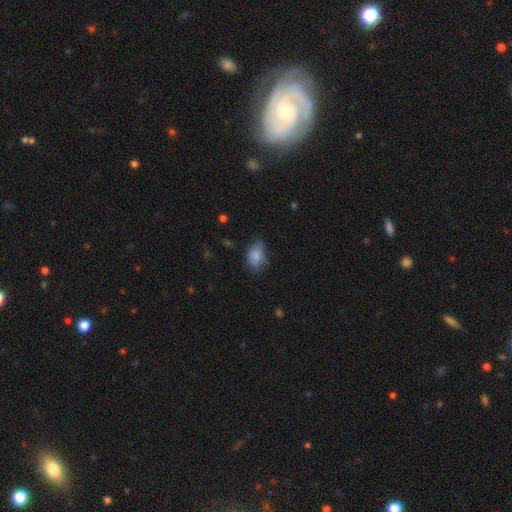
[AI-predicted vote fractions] The model was most divided on "merging": none: 53%, minor disturbance: 35%, major disturbance: 10%, merger: 2%. More confident: smooth or featured — smooth (83%); how rounded — in between (77%).